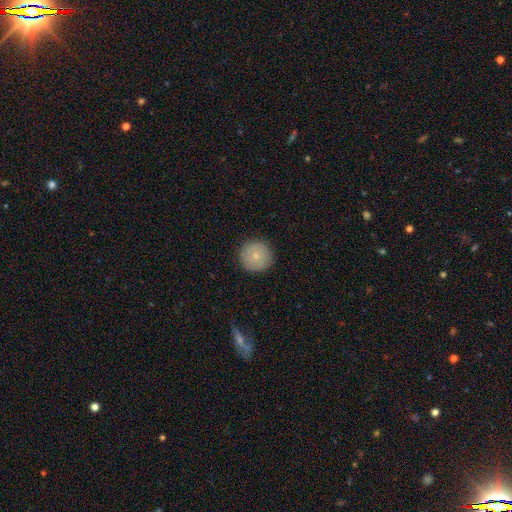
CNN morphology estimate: A smooth galaxy with no disk features (73%) that is round (95%). Merging: none (89%).